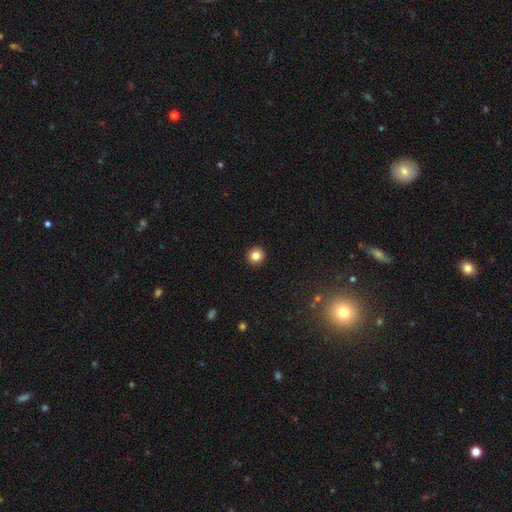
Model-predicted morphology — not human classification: type=smooth (84%); roundness=round (95%); merging=none (94%).